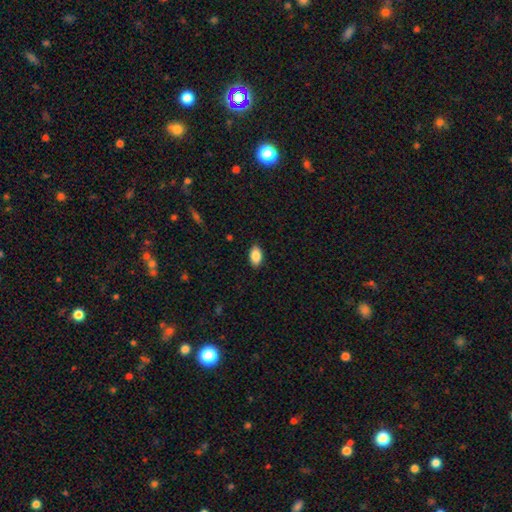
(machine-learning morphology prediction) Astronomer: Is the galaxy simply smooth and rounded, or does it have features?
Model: smooth — 88%.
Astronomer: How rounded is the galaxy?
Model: in between — 93%.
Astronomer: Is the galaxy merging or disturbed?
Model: none — 88%.